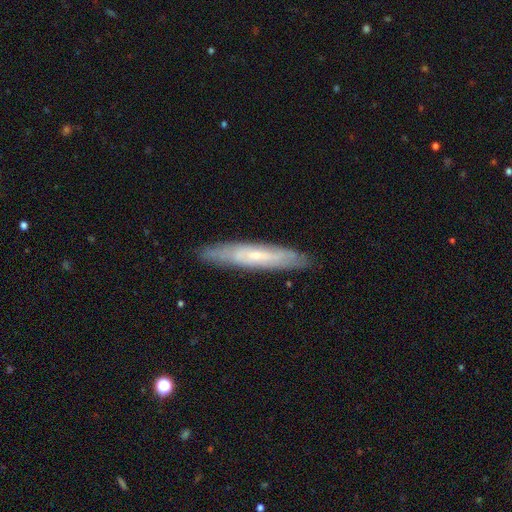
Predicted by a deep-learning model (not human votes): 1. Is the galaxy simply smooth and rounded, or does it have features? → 58% featured or disk, 36% smooth, 7% star or artifact.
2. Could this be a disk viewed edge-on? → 63% yes, 37% no.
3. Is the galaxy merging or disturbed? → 86% none, 11% minor disturbance, 2% major disturbance, 1% merger.